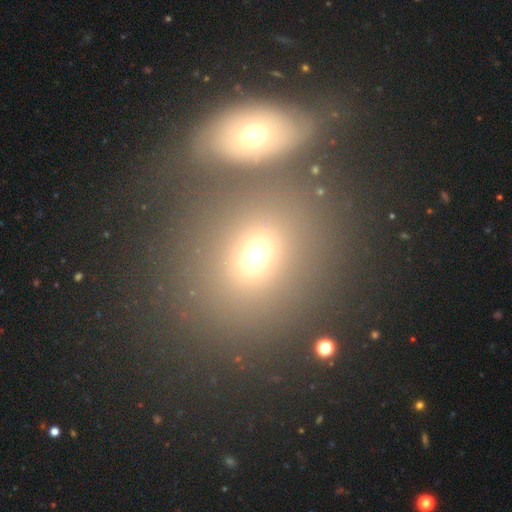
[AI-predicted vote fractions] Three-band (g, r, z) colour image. It shows a smooth galaxy with no disk features (71%) that is round (58%). Merging: none (59%).